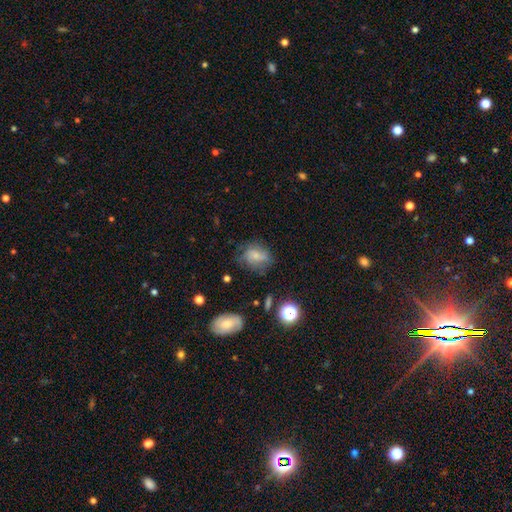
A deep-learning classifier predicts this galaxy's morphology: smooth_or_featured: smooth (p=0.57) [alt: featured or disk p=0.31]
how_rounded: in between (p=0.62) [alt: round p=0.36]
merging: none (p=0.54) [alt: minor disturbance p=0.28]